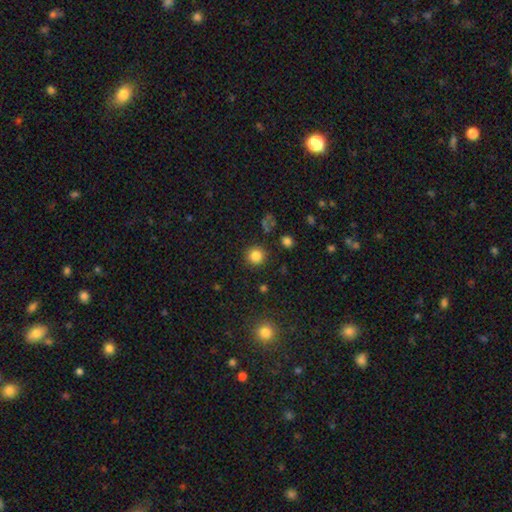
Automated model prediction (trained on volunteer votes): Smooth or featured: smooth — 83% (star or artifact — 12%)
How rounded: round — 93% (in between — 6%)
Merging: none — 89% (minor disturbance — 7%)